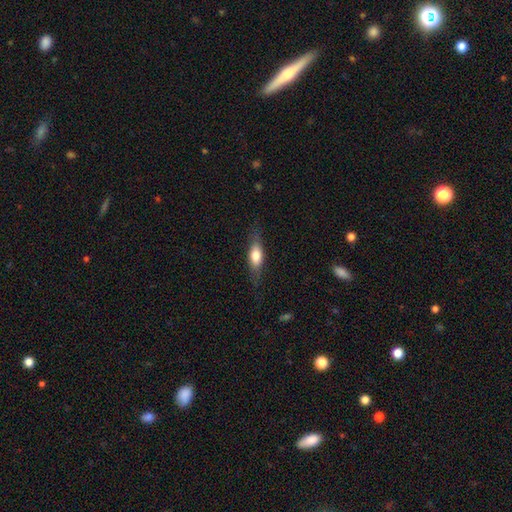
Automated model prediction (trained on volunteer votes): Morphology: type=smooth (61%); roundness=in between (56%); merging=none (76%).